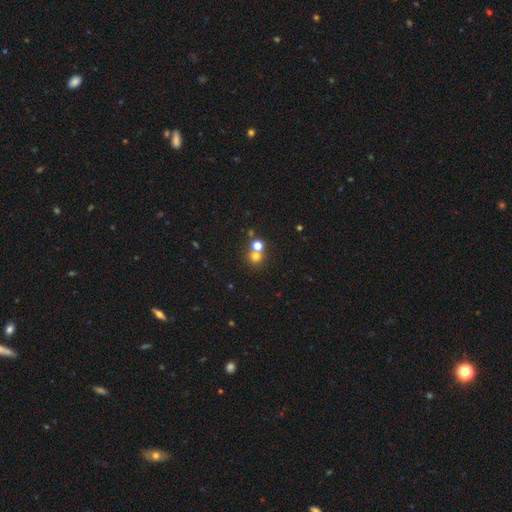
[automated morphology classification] smooth 68%, star or artifact 20%, featured or disk 11%. Down the decision tree: how rounded — round (87%); merging — none (53%).